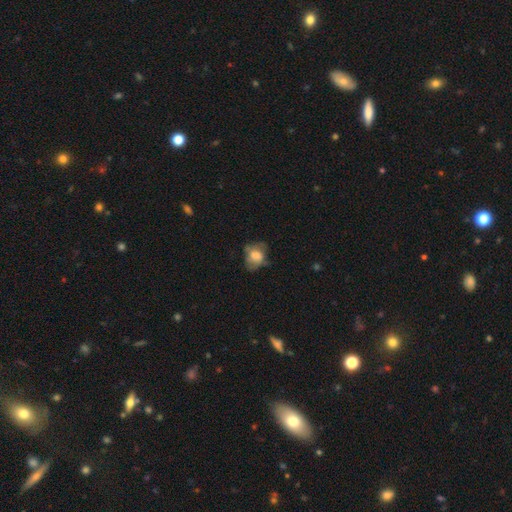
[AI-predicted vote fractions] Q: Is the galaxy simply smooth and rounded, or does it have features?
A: smooth — 61%.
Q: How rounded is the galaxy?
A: in between — 62%.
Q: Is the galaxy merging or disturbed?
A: none — 43%.